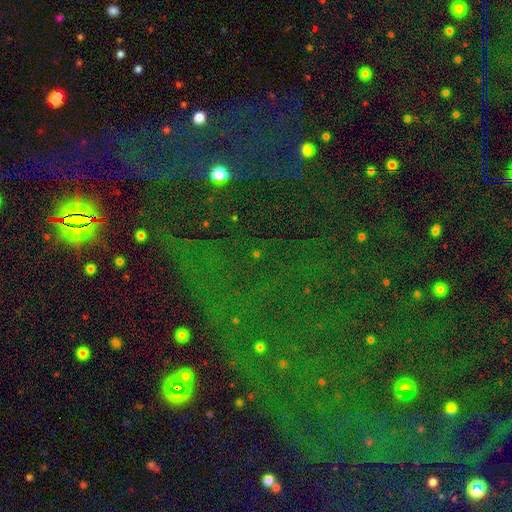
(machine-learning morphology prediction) The model was most divided on "smooth or featured": star or artifact: 78%, smooth: 13%, featured or disk: 9%.